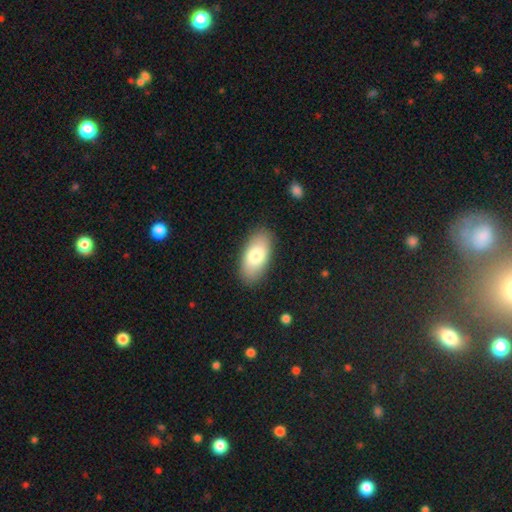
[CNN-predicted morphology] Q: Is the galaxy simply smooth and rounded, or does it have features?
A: smooth — 80%.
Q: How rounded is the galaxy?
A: in between — 93%.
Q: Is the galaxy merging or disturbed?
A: none — 87%.